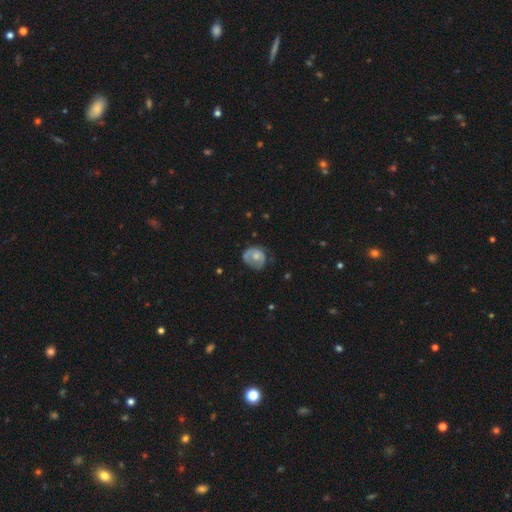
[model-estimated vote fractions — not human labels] Morphology: type=smooth (51%); roundness=round (68%); merging=none (47%).